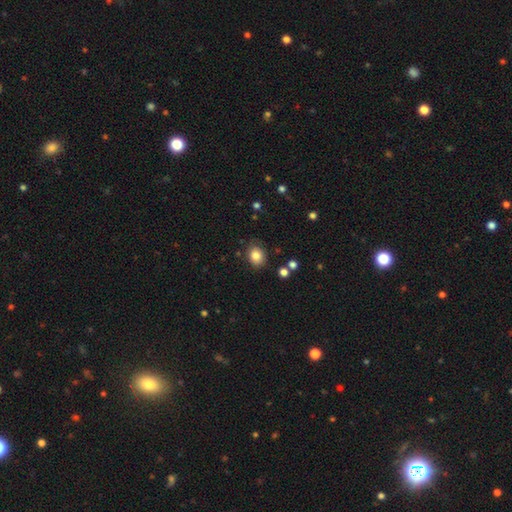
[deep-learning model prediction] Smooth or featured?
  - smooth: 83% *
  - star or artifact: 10%
  - featured or disk: 7%
How rounded?
  - round: 51% *
  - in between: 48%
  - cigar-shaped: 1%
Merging?
  - none: 81% *
  - minor disturbance: 13%
  - major disturbance: 3%
  - merger: 3%